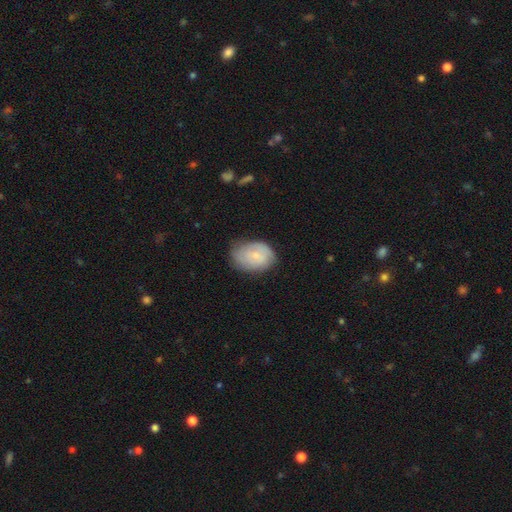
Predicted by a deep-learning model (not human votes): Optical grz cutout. It shows a smooth galaxy with no disk features (61%) that is in between round and cigar-shaped (79%). Merging: none (63%).